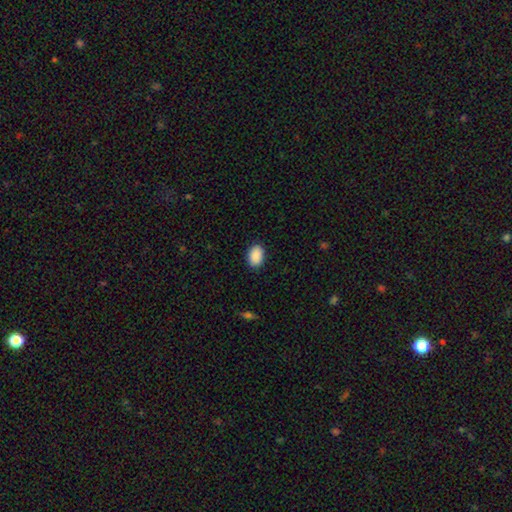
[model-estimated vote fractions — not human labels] A smooth galaxy with no disk features (91%) that is in between round and cigar-shaped (87%).

Vote fractions:
- Smooth or featured? smooth: 91% / star or artifact: 7% / featured or disk: 2%
- How rounded? in between: 87% / round: 12% / cigar-shaped: 1%
- Merging? none: 89% / minor disturbance: 8% / major disturbance: 2% / merger: 1%